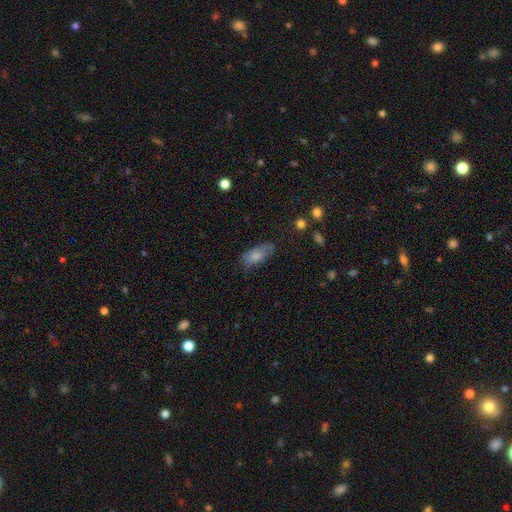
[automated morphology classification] smooth_or_featured: smooth (p=0.74) [alt: featured or disk p=0.18]
how_rounded: in between (p=0.82) [alt: cigar-shaped p=0.15]
merging: none (p=0.57) [alt: minor disturbance p=0.31]